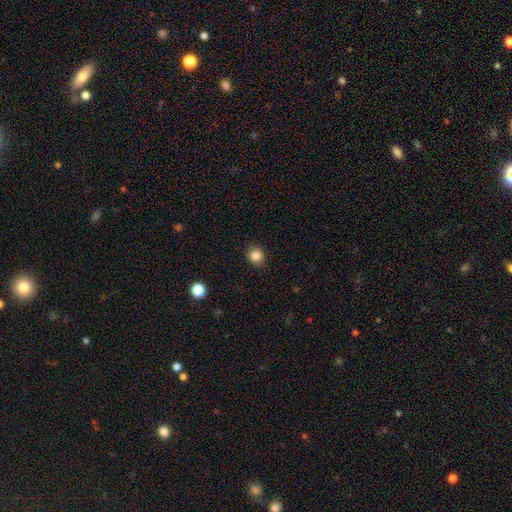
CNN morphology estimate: A smooth galaxy with no disk features (85%) that is round (88%).

Vote fractions:
- Smooth or featured? smooth: 85% / star or artifact: 11% / featured or disk: 4%
- How rounded? round: 88% / in between: 12% / cigar-shaped: 1%
- Merging? none: 90% / minor disturbance: 7% / major disturbance: 2% / merger: 1%